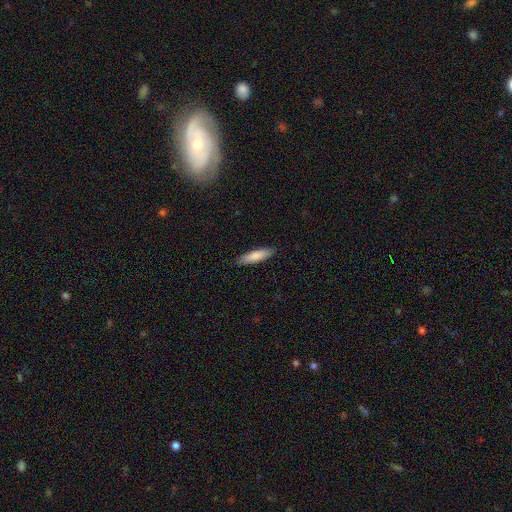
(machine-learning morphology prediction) Q: Smooth or featured?
A: smooth (81%); runner-up: featured or disk (14%)
Q: How rounded?
A: cigar-shaped (73%); runner-up: in between (26%)
Q: Merging?
A: none (90%); runner-up: minor disturbance (8%)